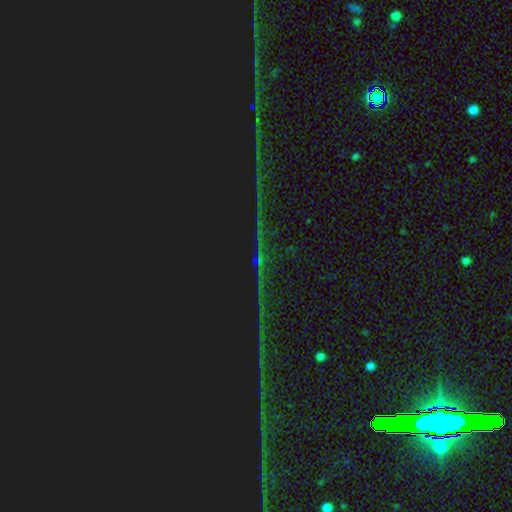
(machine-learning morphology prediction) smooth-or-featured: star or artifact: 84% | featured or disk: 9% | smooth: 7%